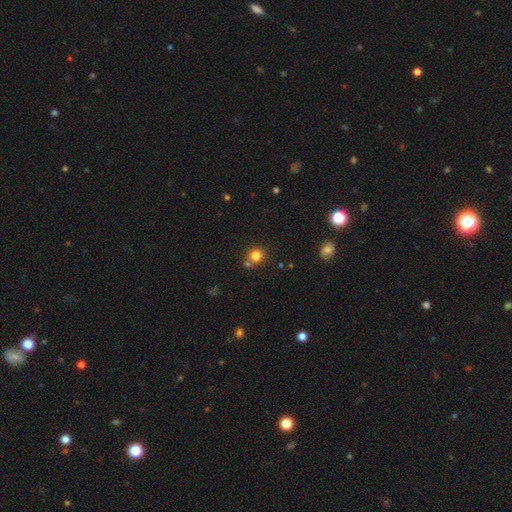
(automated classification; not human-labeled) This is clearly a smooth galaxy (81%). How rounded: clearly round (88%). Merging: likely none (66%).